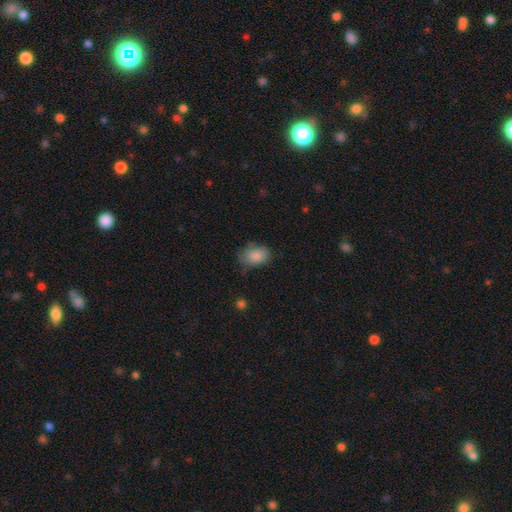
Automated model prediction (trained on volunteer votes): Smooth or featured?
  - smooth: 85% *
  - star or artifact: 8%
  - featured or disk: 7%
How rounded?
  - in between: 74% *
  - round: 25%
  - cigar-shaped: 1%
Merging?
  - none: 63% *
  - minor disturbance: 28%
  - major disturbance: 7%
  - merger: 2%